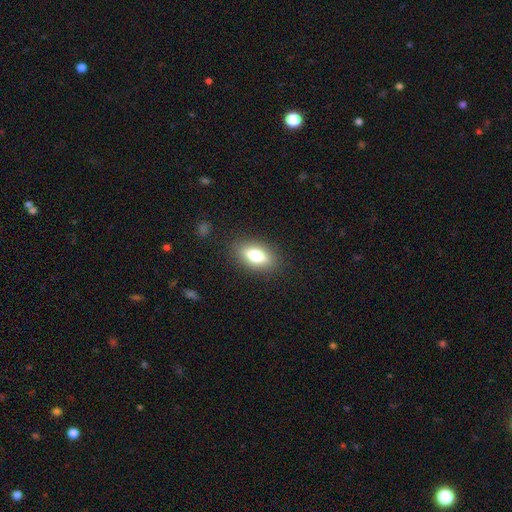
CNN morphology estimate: Overall: smooth (73%). How rounded: in between (81%). Merging: none (87%).